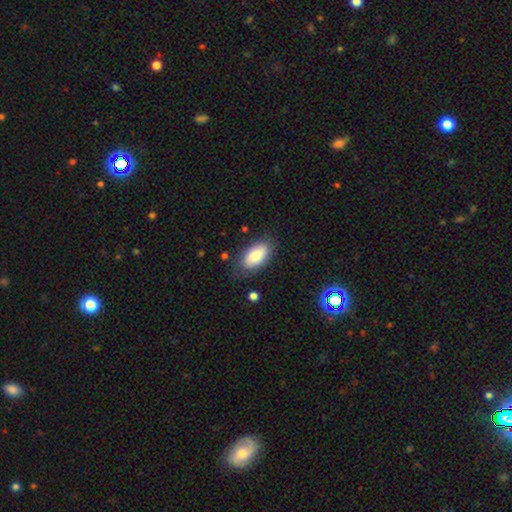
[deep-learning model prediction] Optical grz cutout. It shows a smooth galaxy with no disk features (85%) that is in between round and cigar-shaped (93%). Merging: none (78%).